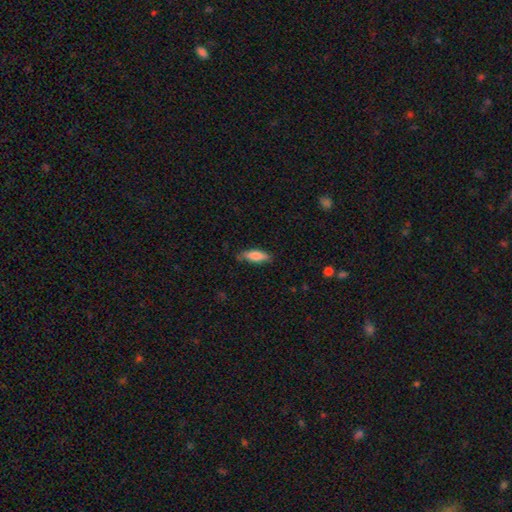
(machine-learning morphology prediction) A smooth galaxy with no disk features (80%) that is in between round and cigar-shaped (58%).

Vote fractions:
- Smooth or featured? smooth: 80% / featured or disk: 14% / star or artifact: 6%
- How rounded? in between: 58% / cigar-shaped: 40% / round: 2%
- Merging? none: 78% / minor disturbance: 18% / major disturbance: 3% / merger: 1%